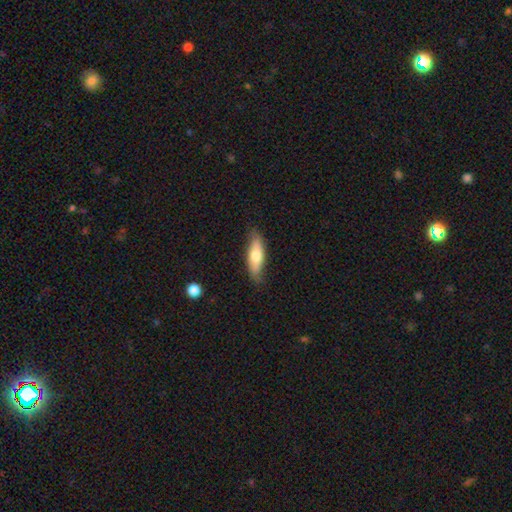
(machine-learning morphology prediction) Smooth or featured? Predicted: smooth (p=0.66). How rounded? Predicted: in between (p=0.53). Merging? Predicted: none (p=0.77).